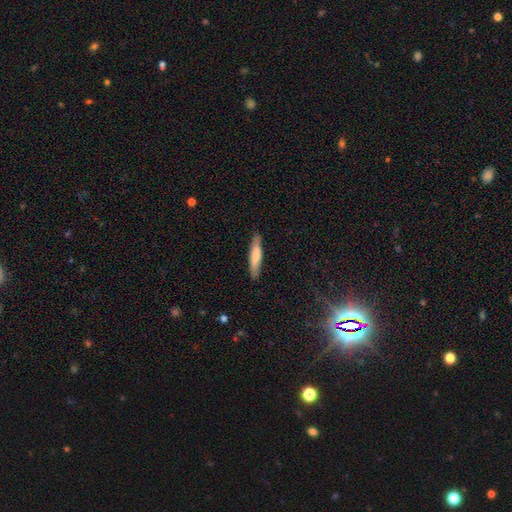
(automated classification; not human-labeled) This appears to be a smooth galaxy with no disk features (73%) that is cigar-shaped (87%). Merging: none (88%).